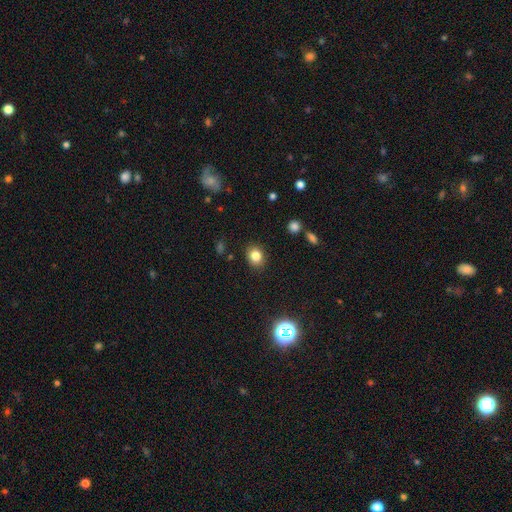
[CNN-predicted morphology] Smooth or featured? Predicted: smooth (p=0.82). How rounded? Predicted: round (p=0.56). Merging? Predicted: none (p=0.88).